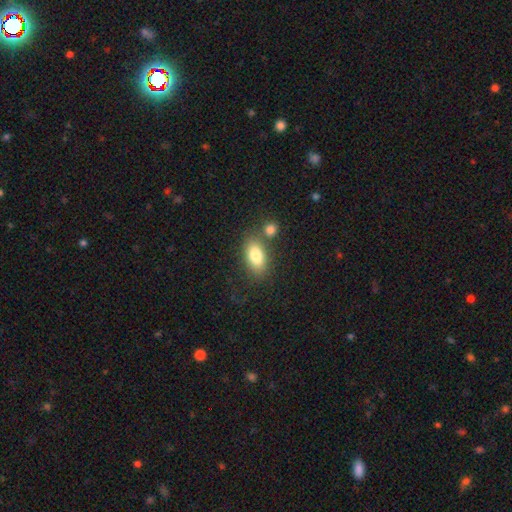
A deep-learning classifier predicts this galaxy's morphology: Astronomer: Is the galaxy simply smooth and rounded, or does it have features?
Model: smooth — 80%.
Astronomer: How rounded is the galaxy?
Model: in between — 89%.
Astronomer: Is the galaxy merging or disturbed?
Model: none — 63%.